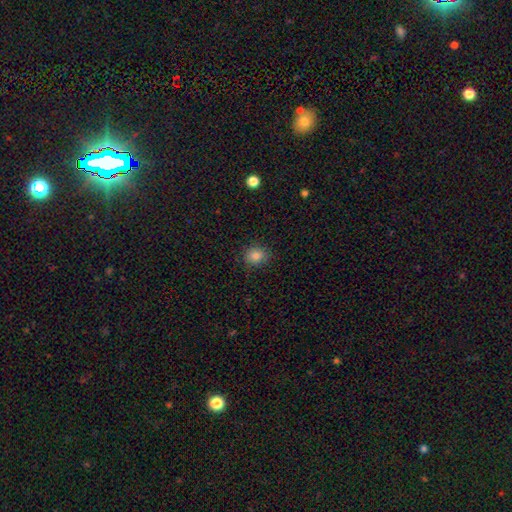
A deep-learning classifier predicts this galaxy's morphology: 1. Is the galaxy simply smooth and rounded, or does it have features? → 84% smooth, 11% star or artifact, 5% featured or disk.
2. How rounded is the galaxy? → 59% round, 40% in between, 1% cigar-shaped.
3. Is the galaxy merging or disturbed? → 86% none, 10% minor disturbance, 3% major disturbance, 1% merger.